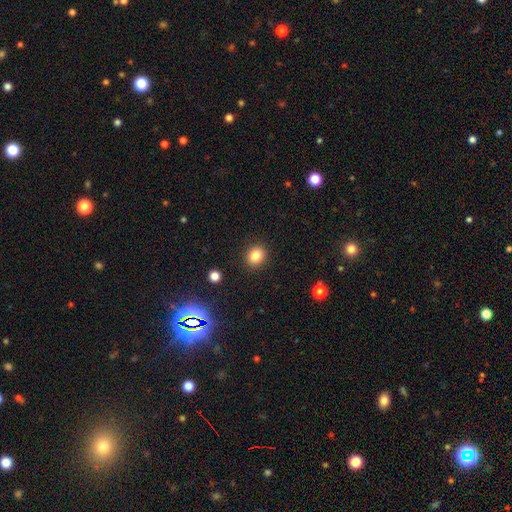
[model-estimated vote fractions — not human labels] smooth 84%, star or artifact 11%, featured or disk 5%. Down the decision tree: how rounded — round (67%); merging — none (89%).